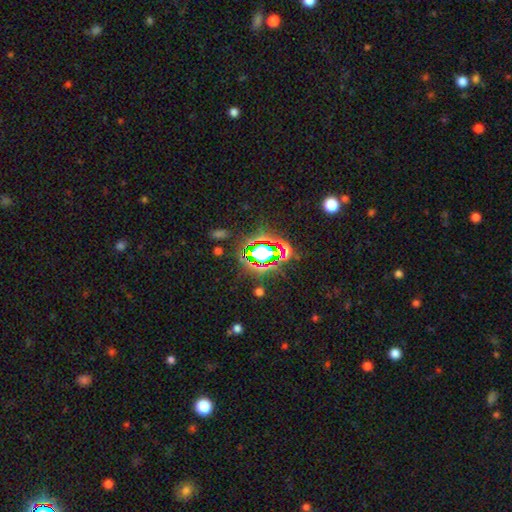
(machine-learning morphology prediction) type=star or artifact (71%).